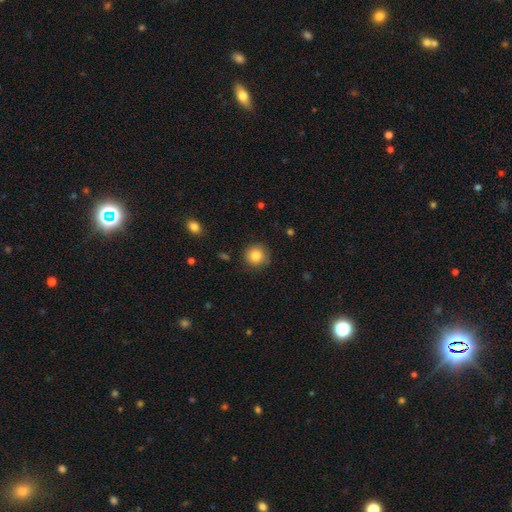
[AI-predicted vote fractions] A smooth galaxy with no disk features (84%) that is round (92%).

Vote fractions:
- Smooth or featured? smooth: 84% / star or artifact: 10% / featured or disk: 7%
- How rounded? round: 92% / in between: 7% / cigar-shaped: 1%
- Merging? none: 88% / minor disturbance: 9% / major disturbance: 2% / merger: 1%